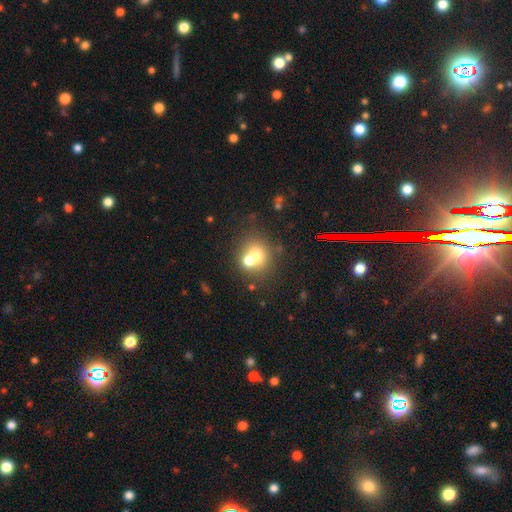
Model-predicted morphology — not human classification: This is likely a smooth galaxy (64%). How rounded: clearly round (81%). Merging: marginally merger (45%).